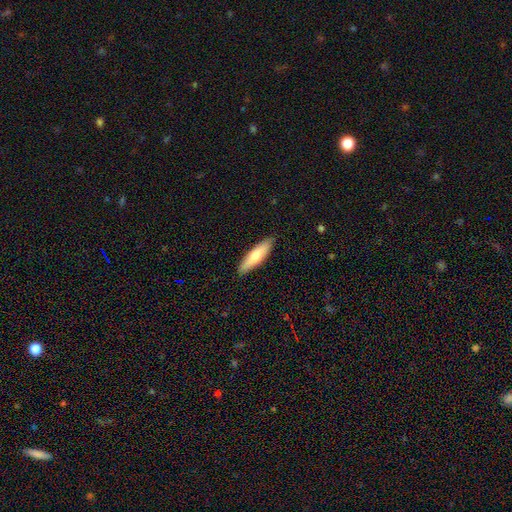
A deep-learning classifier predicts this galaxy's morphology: This appears to be a smooth galaxy with no disk features (70%) that is cigar-shaped (66%). Merging: none (89%).